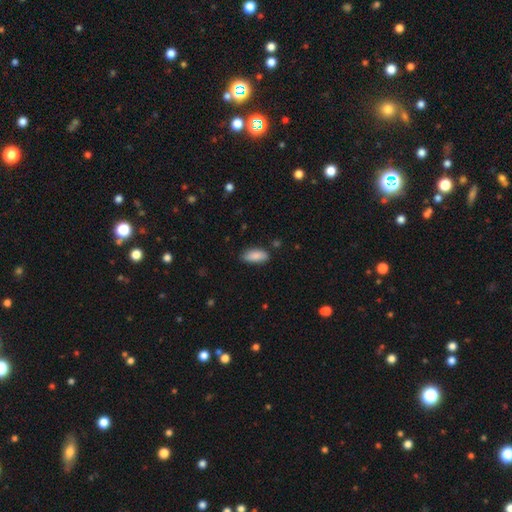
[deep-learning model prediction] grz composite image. It shows a smooth galaxy with no disk features (88%) that is in between round and cigar-shaped (86%). Merging: none (80%).